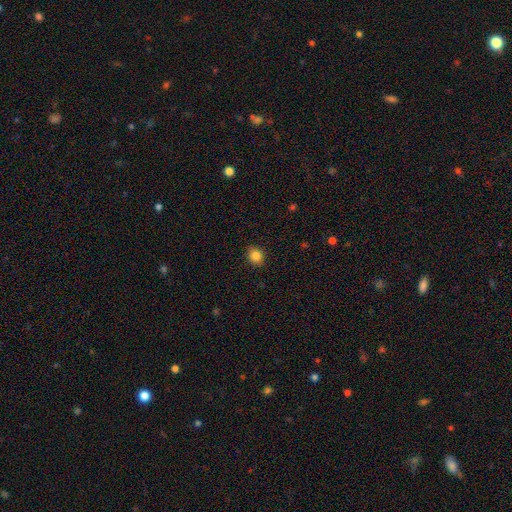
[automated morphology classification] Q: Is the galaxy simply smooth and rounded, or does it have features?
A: smooth — 85%.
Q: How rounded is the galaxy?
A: round — 69%.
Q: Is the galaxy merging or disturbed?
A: none — 89%.